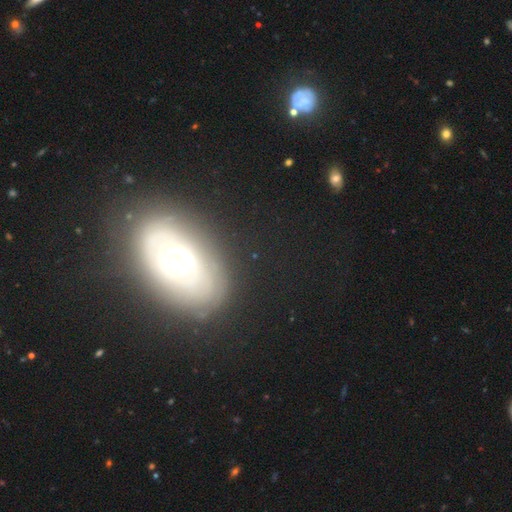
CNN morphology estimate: This is likely a featured or disk galaxy (67%). It is clearly not viewed edge-on (92%). Bar: possibly no (49%). Spiral arm pattern: likely yes (69%). Central bulge: likely moderate (63%). Merging: likely none (77%).